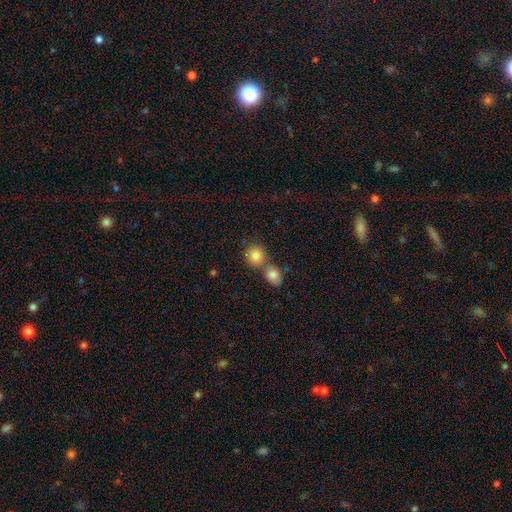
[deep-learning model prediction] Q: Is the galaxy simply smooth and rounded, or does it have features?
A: smooth — 83%.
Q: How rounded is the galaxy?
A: round — 81%.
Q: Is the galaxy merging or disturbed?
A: none — 46%.